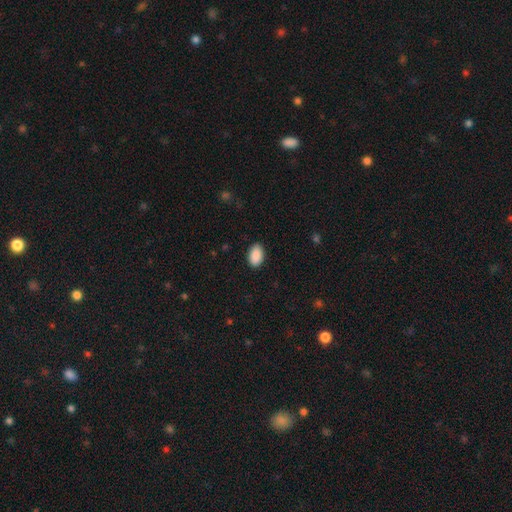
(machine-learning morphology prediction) A smooth galaxy with no disk features (91%) that is in between round and cigar-shaped (93%). Merging: none (88%).